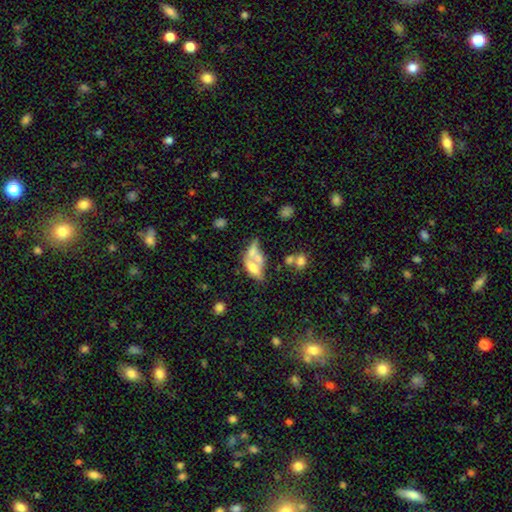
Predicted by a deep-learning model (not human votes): Overall: smooth (48%; featured or disk 41%). Merging: merger (62%).